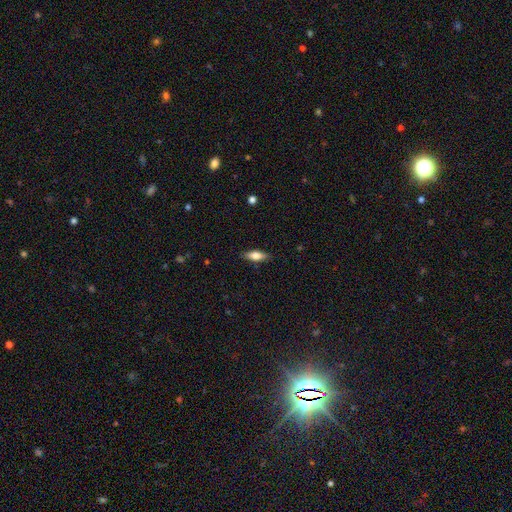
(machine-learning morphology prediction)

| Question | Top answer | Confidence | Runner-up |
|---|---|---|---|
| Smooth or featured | smooth | 65% | featured or disk (28%) |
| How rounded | in between | 61% | cigar-shaped (36%) |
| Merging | none | 87% | minor disturbance (10%) |